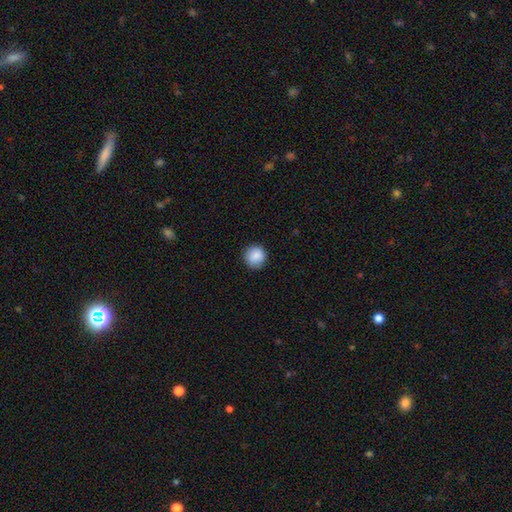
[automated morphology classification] Smooth or featured? Predicted: smooth (p=0.89). How rounded? Predicted: round (p=0.94). Merging? Predicted: none (p=0.90).